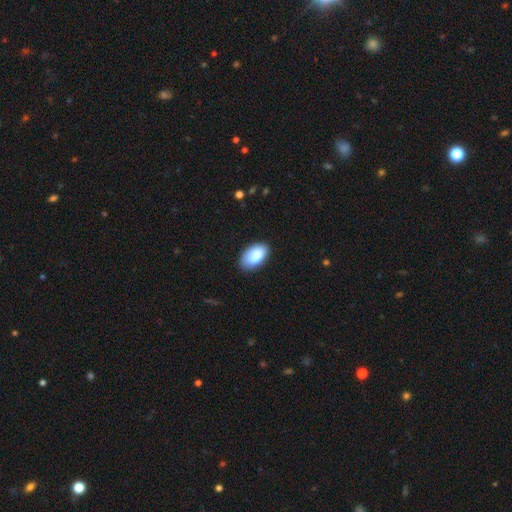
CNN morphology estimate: smooth 84%, featured or disk 9%, star or artifact 6%. Down the decision tree: how rounded — in between (94%); merging — none (76%).